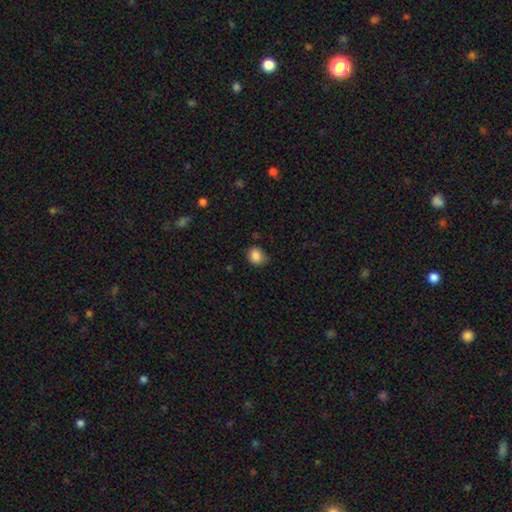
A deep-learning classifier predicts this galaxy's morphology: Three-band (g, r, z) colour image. It shows a smooth galaxy with no disk features (86%) that is round (73%). Merging: none (67%).